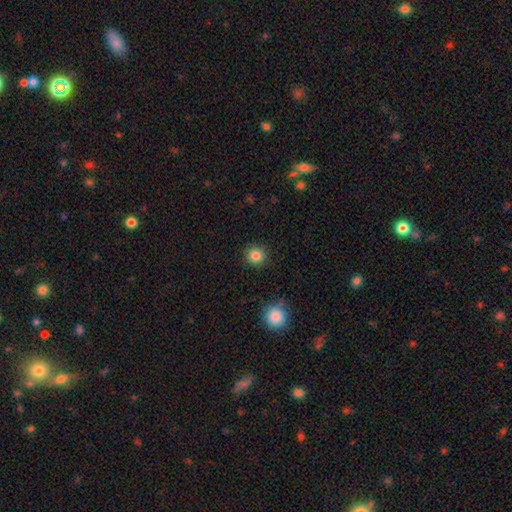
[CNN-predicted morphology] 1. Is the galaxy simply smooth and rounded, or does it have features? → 85% smooth, 10% star or artifact, 4% featured or disk.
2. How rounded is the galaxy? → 90% round, 9% in between, 1% cigar-shaped.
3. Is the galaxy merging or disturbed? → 90% none, 6% minor disturbance, 2% major disturbance, 1% merger.